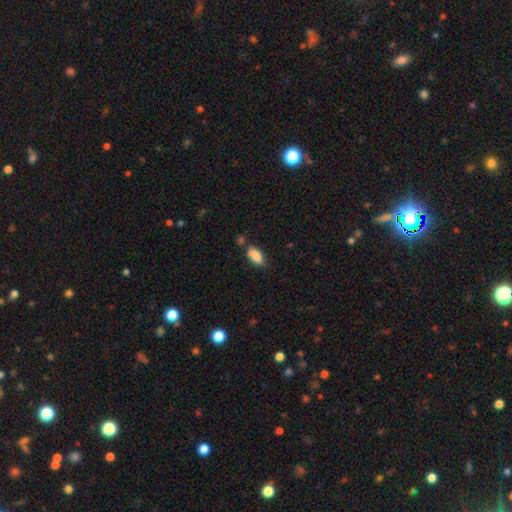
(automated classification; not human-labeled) Smooth or featured?
  - smooth: 83% *
  - featured or disk: 10%
  - star or artifact: 7%
How rounded?
  - in between: 88% *
  - cigar-shaped: 9%
  - round: 3%
Merging?
  - none: 63% *
  - minor disturbance: 22%
  - merger: 11%
  - major disturbance: 4%